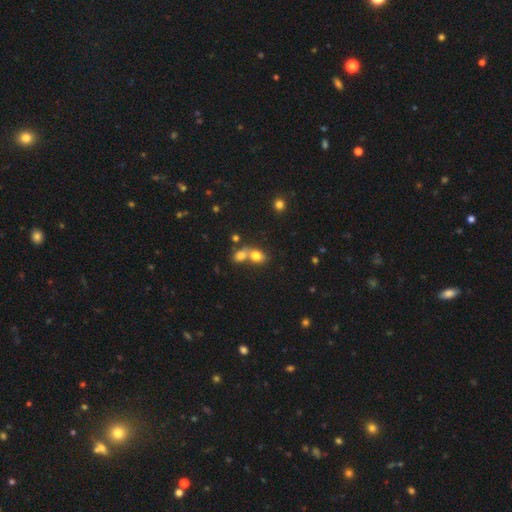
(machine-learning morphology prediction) This appears to be a smooth galaxy with no disk features (77%) that is in between round and cigar-shaped (64%). Merging: merger (55%).